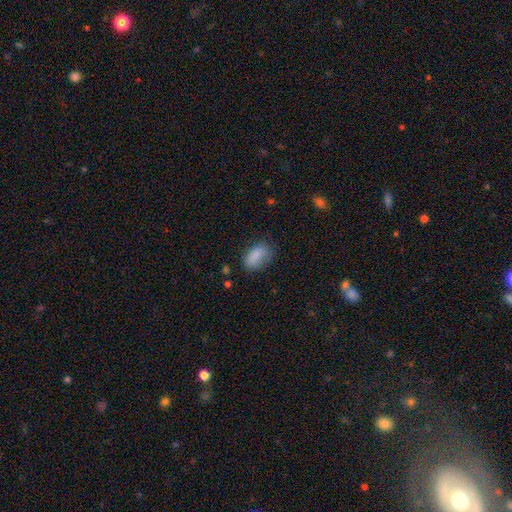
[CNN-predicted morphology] A smooth galaxy with no disk features (85%) that is in between round and cigar-shaped (89%).

Vote fractions:
- Smooth or featured? smooth: 85% / star or artifact: 8% / featured or disk: 7%
- How rounded? in between: 89% / round: 8% / cigar-shaped: 3%
- Merging? none: 68% / minor disturbance: 23% / major disturbance: 7% / merger: 2%